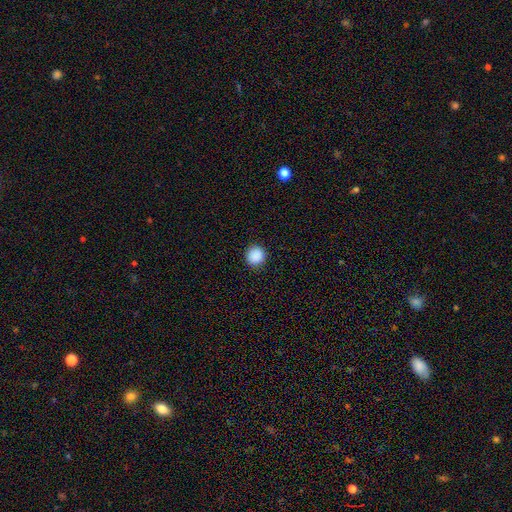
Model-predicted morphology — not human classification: This is clearly a smooth galaxy (89%). How rounded: clearly round (93%). Merging: clearly none (92%).